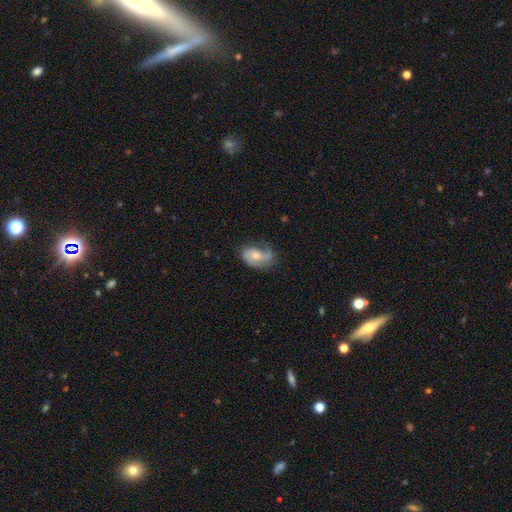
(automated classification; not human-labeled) Smooth or featured? featured or disk (60%)
Edge-on disk? no (96%)
Bar? no (58%)
Spiral arms? yes (86%)
Bulge size? moderate (55%)
Merging? none (49%)